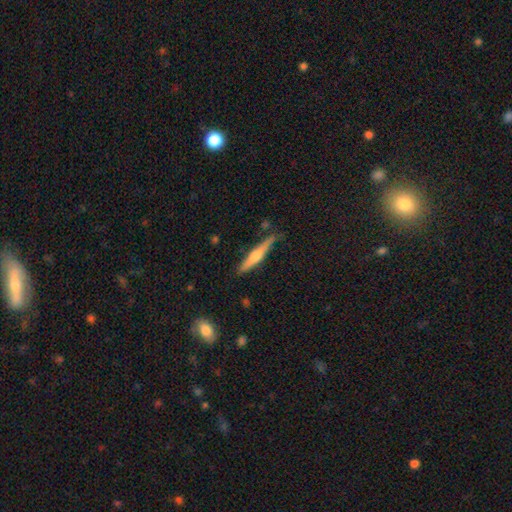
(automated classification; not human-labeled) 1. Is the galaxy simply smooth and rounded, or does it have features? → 58% featured or disk, 36% smooth, 6% star or artifact.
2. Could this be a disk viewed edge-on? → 96% yes, 4% no.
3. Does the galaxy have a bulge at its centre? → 86% rounded, 8% none, 6% boxy.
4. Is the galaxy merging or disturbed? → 81% none, 14% minor disturbance, 3% merger, 2% major disturbance.